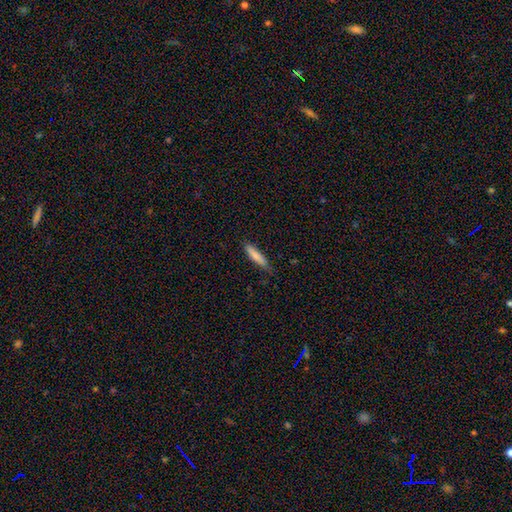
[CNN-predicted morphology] Overall: smooth (81%). How rounded: cigar-shaped (82%). Merging: none (77%).